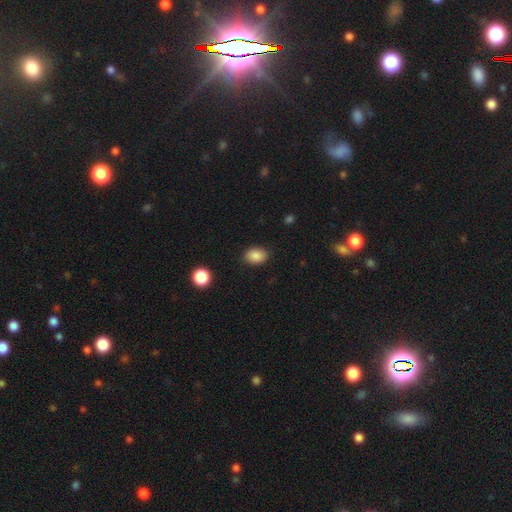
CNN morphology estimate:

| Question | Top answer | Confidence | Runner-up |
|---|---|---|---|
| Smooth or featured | smooth | 87% | star or artifact (9%) |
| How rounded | in between | 73% | round (26%) |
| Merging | none | 87% | minor disturbance (9%) |